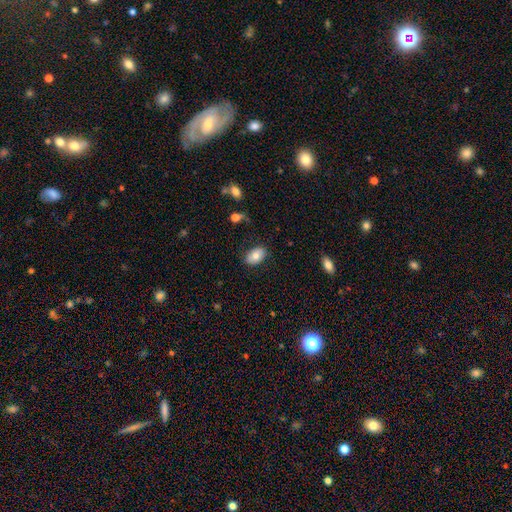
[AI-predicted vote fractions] A smooth galaxy with no disk features (75%) that is in between round and cigar-shaped (89%).

Vote fractions:
- Smooth or featured? smooth: 75% / featured or disk: 17% / star or artifact: 8%
- How rounded? in between: 89% / round: 9% / cigar-shaped: 1%
- Merging? none: 82% / minor disturbance: 13% / major disturbance: 3% / merger: 2%